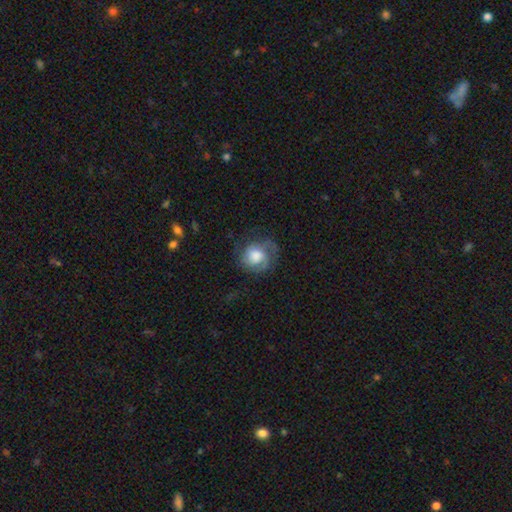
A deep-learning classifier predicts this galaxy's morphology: smooth-or-featured: featured or disk: 54% | smooth: 38% | star or artifact: 8%
  disk-edge-on: no: 98% | yes: 2%
    bar: no: 75% | weak: 21% | strong: 3%
    has-spiral-arms: yes: 87% | no: 13%
    bulge-size: large: 49% | moderate: 30% | small: 8% | dominant: 8% | none: 5%
  merging: none: 61% | minor disturbance: 22% | major disturbance: 16% | merger: 1%